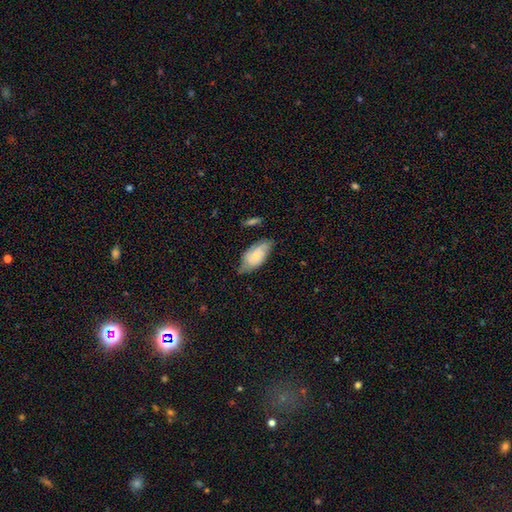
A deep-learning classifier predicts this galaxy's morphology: type=smooth (50%); merging=none (57%).